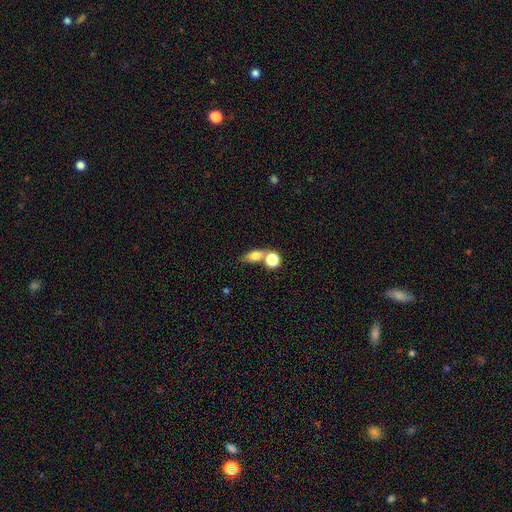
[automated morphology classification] smooth-or-featured: smooth: 75% | featured or disk: 14% | star or artifact: 11%
  how-rounded: in between: 61% | round: 28% | cigar-shaped: 12%
  merging: merger: 43% | none: 41% | minor disturbance: 10% | major disturbance: 6%